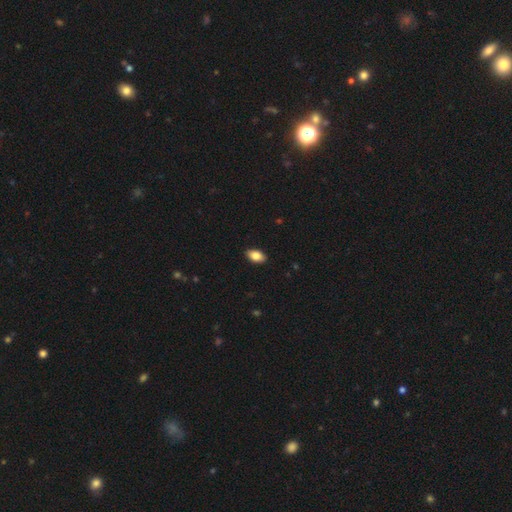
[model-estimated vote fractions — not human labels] This is clearly a smooth galaxy (86%). How rounded: clearly in between (93%). Merging: clearly none (89%).